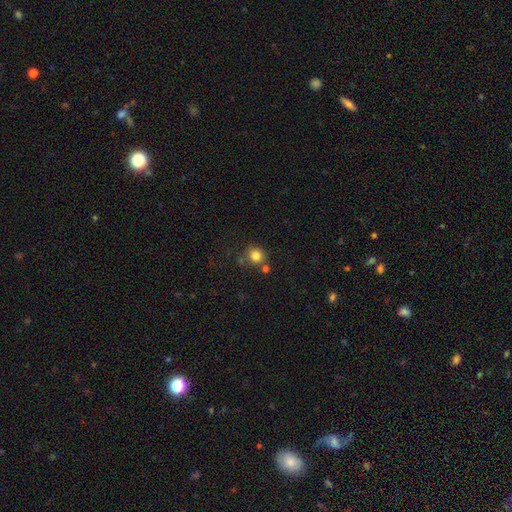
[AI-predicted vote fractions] smooth_or_featured: smooth (p=0.82) [alt: star or artifact p=0.12]
how_rounded: round (p=0.91) [alt: in between p=0.08]
merging: none (p=0.75) [alt: merger p=0.12]